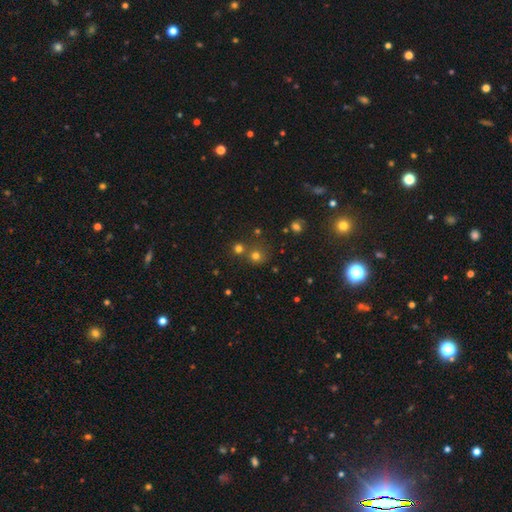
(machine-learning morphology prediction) smooth 67%, star or artifact 25%, featured or disk 8%. Down the decision tree: how rounded — round (89%); merging — none (65%).